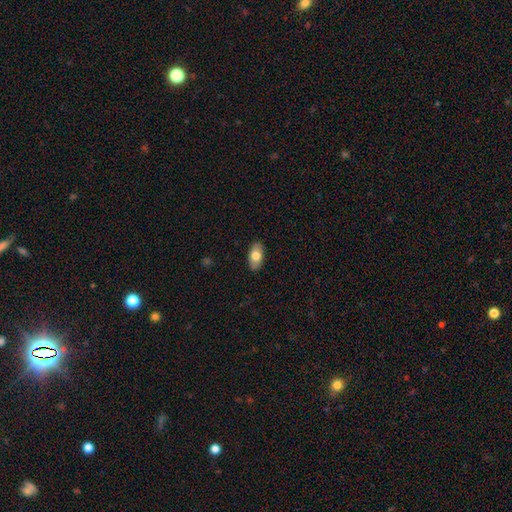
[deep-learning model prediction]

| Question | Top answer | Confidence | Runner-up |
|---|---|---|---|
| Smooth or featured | smooth | 76% | featured or disk (18%) |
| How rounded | in between | 92% | cigar-shaped (4%) |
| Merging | none | 89% | minor disturbance (9%) |